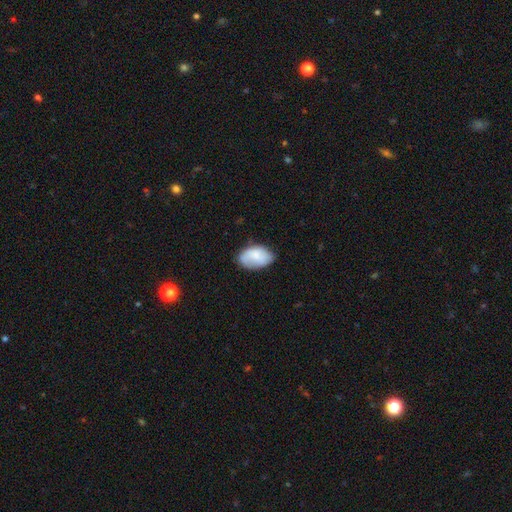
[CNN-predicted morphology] smooth_or_featured: smooth (p=0.74) [alt: featured or disk p=0.19]
how_rounded: in between (p=0.90) [alt: round p=0.09]
merging: none (p=0.65) [alt: minor disturbance p=0.27]